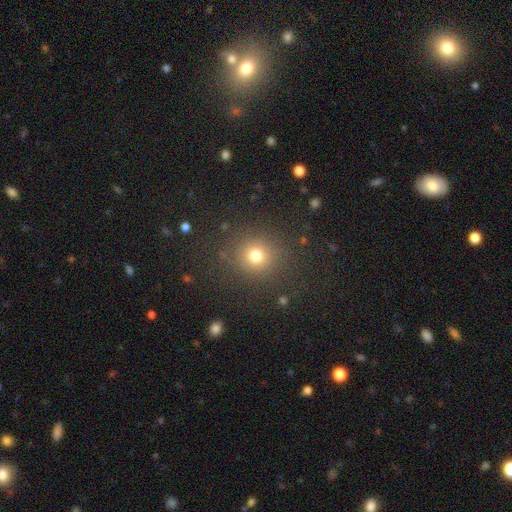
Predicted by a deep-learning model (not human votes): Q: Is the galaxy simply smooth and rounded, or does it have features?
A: smooth — 75%.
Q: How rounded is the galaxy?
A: round — 89%.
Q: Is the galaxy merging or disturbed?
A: none — 86%.